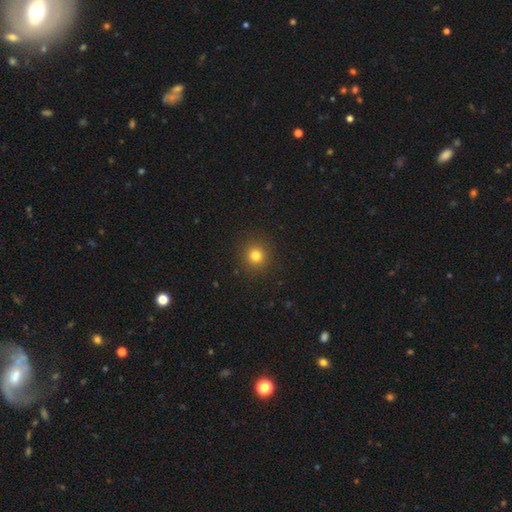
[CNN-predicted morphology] A smooth galaxy with no disk features (80%) that is round (94%). Merging: none (91%).